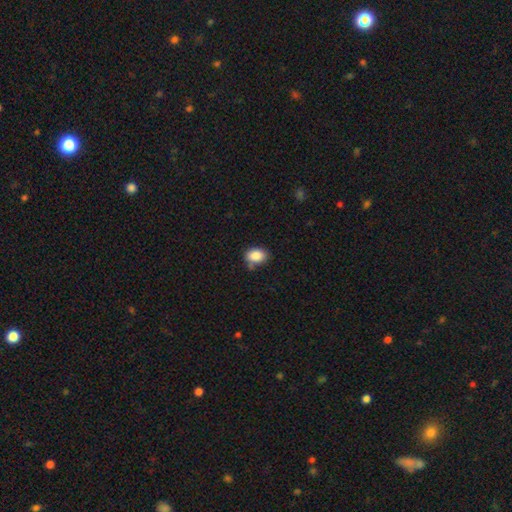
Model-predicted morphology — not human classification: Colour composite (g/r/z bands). It shows a smooth galaxy with no disk features (87%) that is in between round and cigar-shaped (76%). Merging: none (67%).